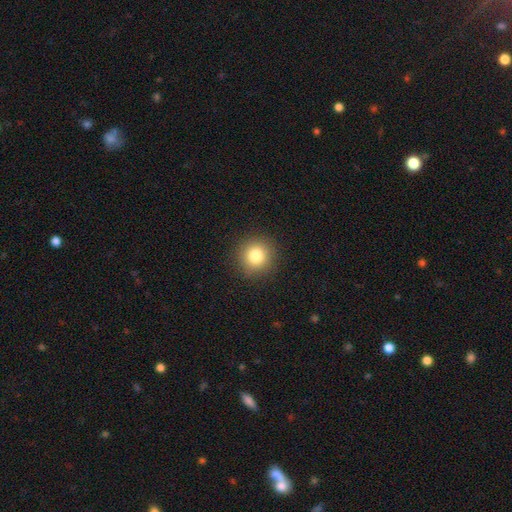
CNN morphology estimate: Smooth or featured: smooth — 82% (star or artifact — 11%)
How rounded: round — 93% (in between — 6%)
Merging: none — 91% (minor disturbance — 6%)